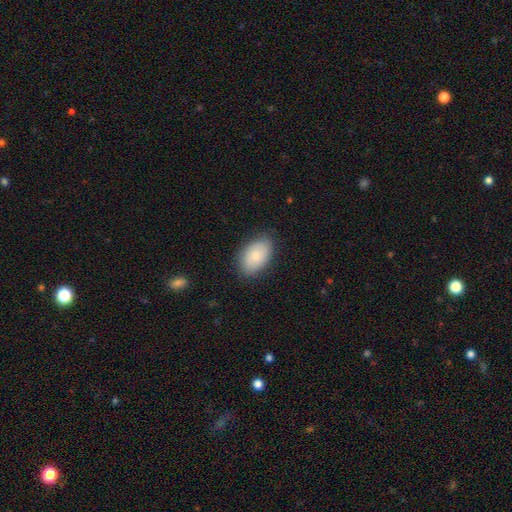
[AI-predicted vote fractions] smooth_or_featured: smooth (p=0.77) [alt: featured or disk p=0.16]
how_rounded: in between (p=0.90) [alt: round p=0.09]
merging: none (p=0.82) [alt: minor disturbance p=0.15]